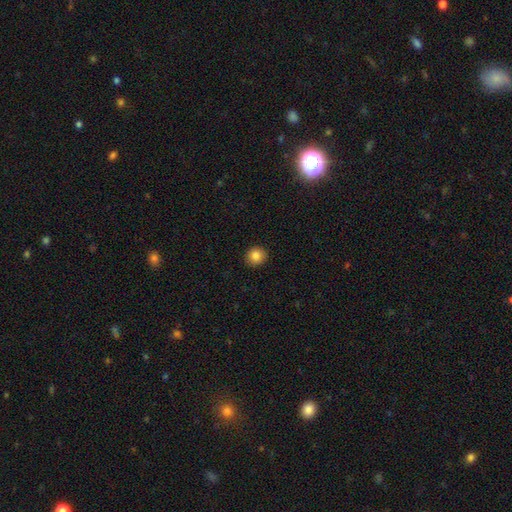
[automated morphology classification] A smooth galaxy with no disk features (84%) that is round (86%).

Vote fractions:
- Smooth or featured? smooth: 84% / star or artifact: 10% / featured or disk: 6%
- How rounded? round: 86% / in between: 13% / cigar-shaped: 1%
- Merging? none: 91% / minor disturbance: 6% / major disturbance: 2% / merger: 1%